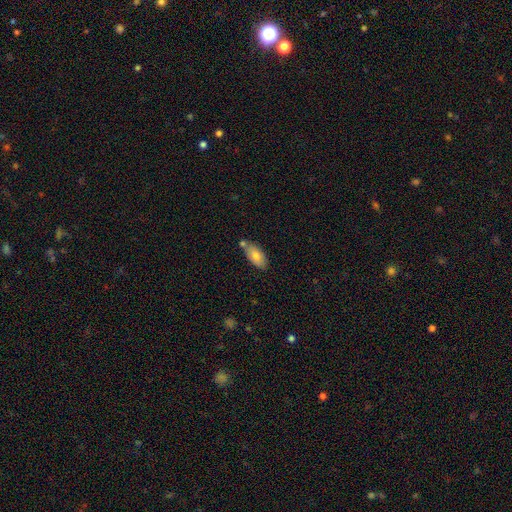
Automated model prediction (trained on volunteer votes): A smooth galaxy with no disk features (74%) that is in between round and cigar-shaped (90%).

Vote fractions:
- Smooth or featured? smooth: 74% / featured or disk: 19% / star or artifact: 7%
- How rounded? in between: 90% / cigar-shaped: 7% / round: 3%
- Merging? none: 65% / minor disturbance: 17% / merger: 15% / major disturbance: 3%